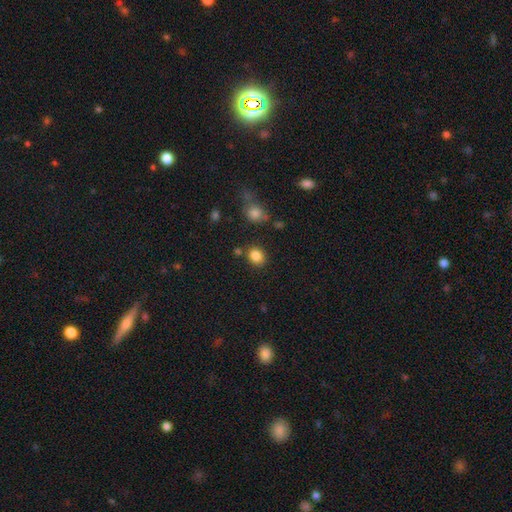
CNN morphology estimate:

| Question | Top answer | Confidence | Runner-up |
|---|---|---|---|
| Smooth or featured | smooth | 85% | star or artifact (11%) |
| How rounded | round | 68% | in between (31%) |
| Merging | none | 80% | minor disturbance (10%) |